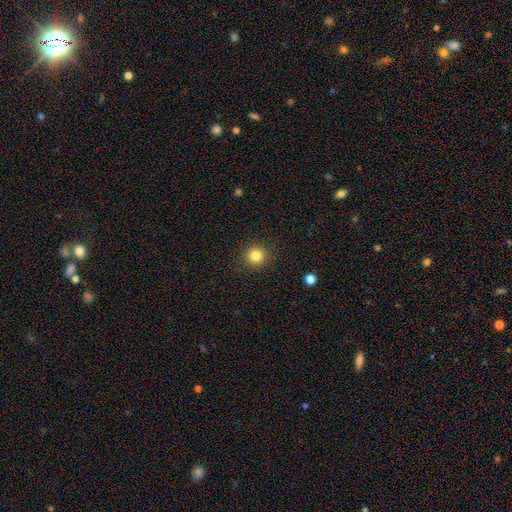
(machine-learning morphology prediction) smooth 83%, star or artifact 12%, featured or disk 6%. Down the decision tree: how rounded — round (94%); merging — none (92%).